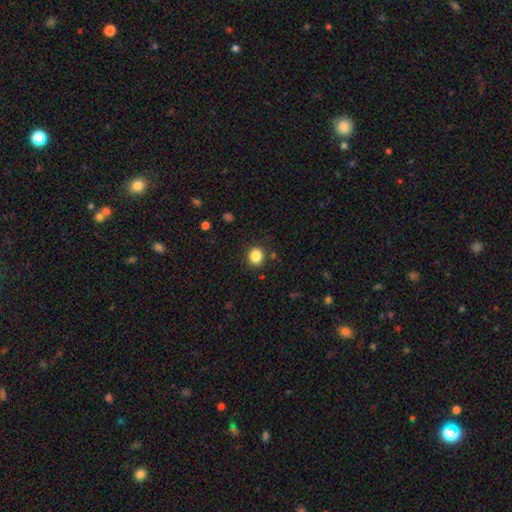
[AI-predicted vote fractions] Q: Smooth or featured?
A: smooth (86%); runner-up: star or artifact (10%)
Q: How rounded?
A: round (79%); runner-up: in between (20%)
Q: Merging?
A: none (87%); runner-up: minor disturbance (8%)